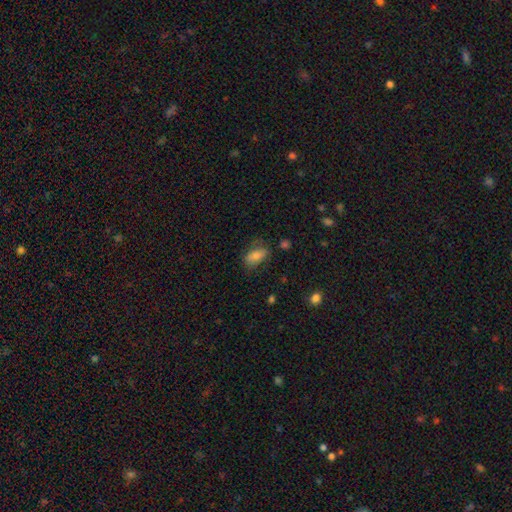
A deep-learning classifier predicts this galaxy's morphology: A smooth galaxy with no disk features (75%) that is in between round and cigar-shaped (85%). Merging: none (67%).